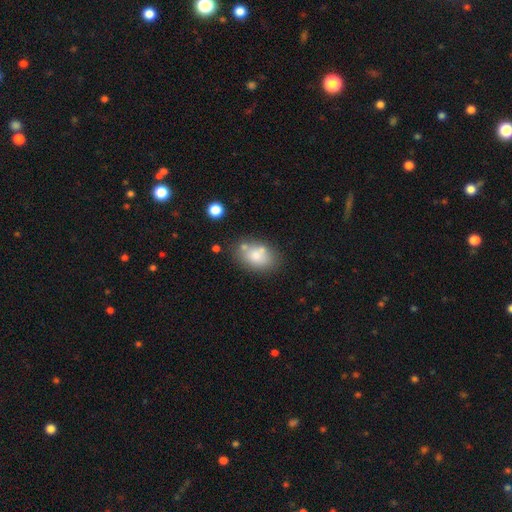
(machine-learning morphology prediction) Smooth or featured: smooth — 75% (featured or disk — 16%)
How rounded: in between — 81% (round — 17%)
Merging: none — 59% (minor disturbance — 18%)